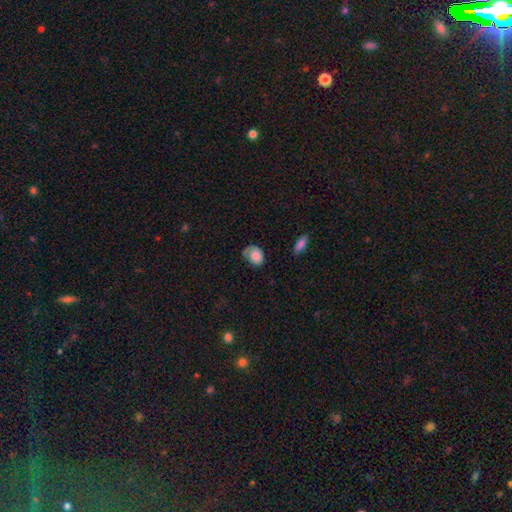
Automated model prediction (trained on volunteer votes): Overall: smooth (78%). How rounded: in between (65%; round 34%). Merging: none (44%; minor disturbance 35%).